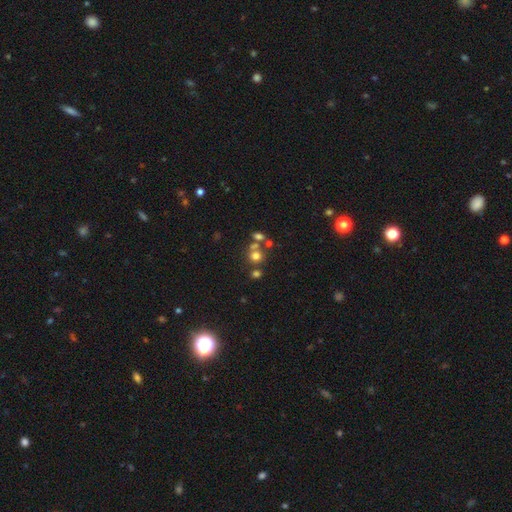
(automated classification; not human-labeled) Q: Smooth or featured?
A: smooth (67%); runner-up: star or artifact (19%)
Q: How rounded?
A: round (86%); runner-up: in between (13%)
Q: Merging?
A: none (57%); runner-up: merger (30%)